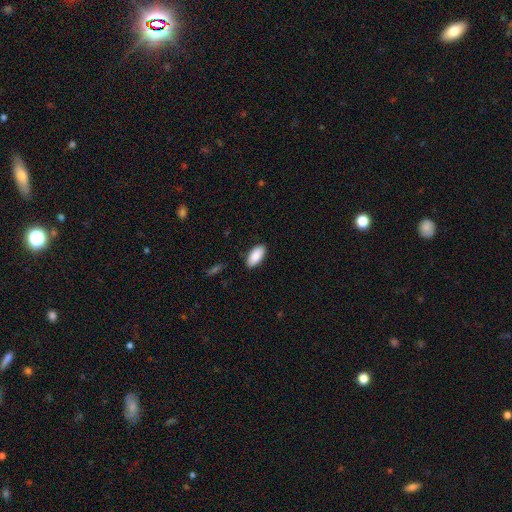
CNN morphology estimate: This appears to be a smooth galaxy with no disk features (90%) that is in between round and cigar-shaped (93%). Merging: none (89%).